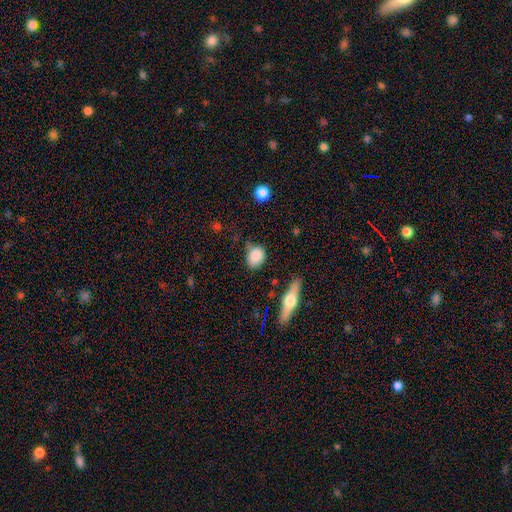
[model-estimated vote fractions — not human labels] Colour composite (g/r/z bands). It shows a smooth galaxy with no disk features (84%) that is round (51%). Merging: none (64%).